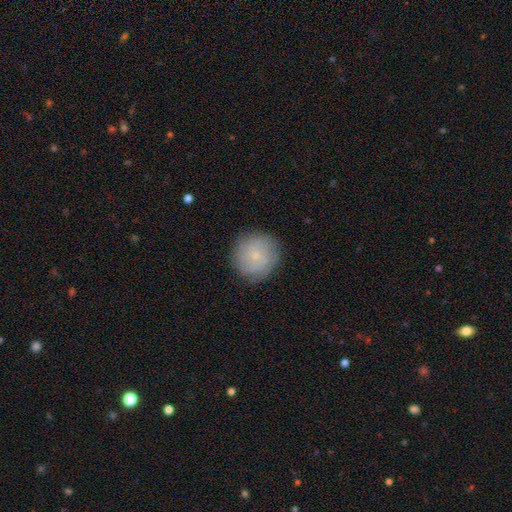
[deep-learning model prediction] Overall: smooth (57%; featured or disk 34%). How rounded: round (93%). Merging: none (84%).